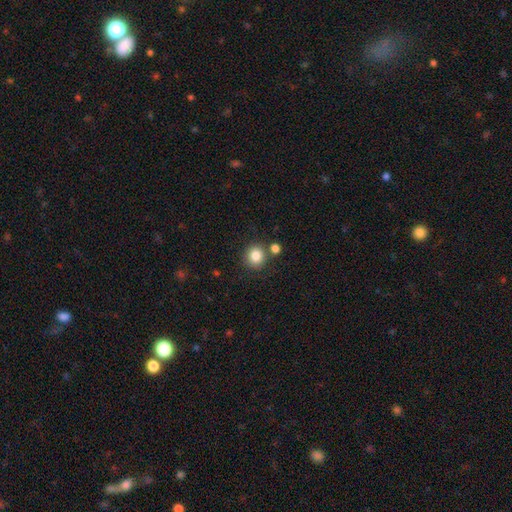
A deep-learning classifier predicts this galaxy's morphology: A smooth galaxy with no disk features (84%) that is round (89%). Merging: none (79%).